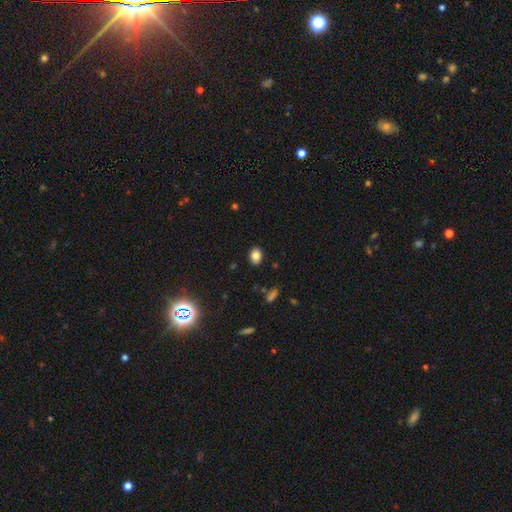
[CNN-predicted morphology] This is clearly a smooth galaxy (81%). How rounded: likely in between (68%). Merging: clearly none (87%).